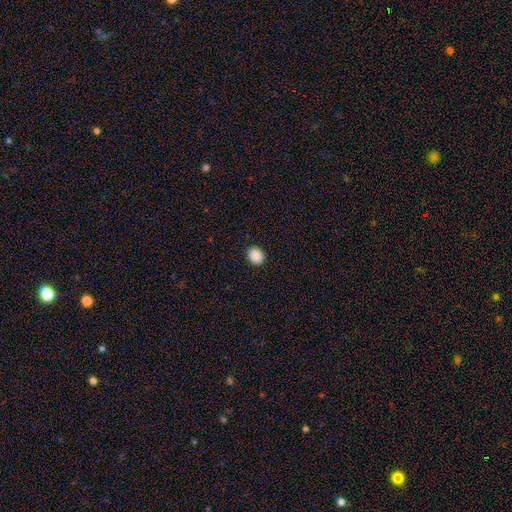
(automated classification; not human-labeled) This appears to be a smooth galaxy with no disk features (89%) that is round (53%). Merging: none (91%).